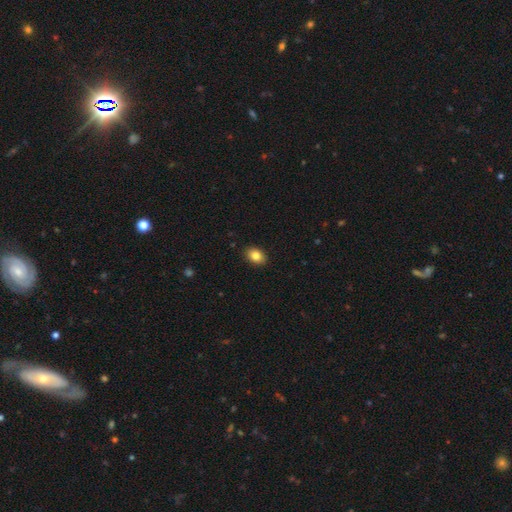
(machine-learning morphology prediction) The model was most divided on "how rounded": in between: 77%, round: 22%, cigar-shaped: 1%. More confident: merging — none (90%); smooth or featured — smooth (84%).